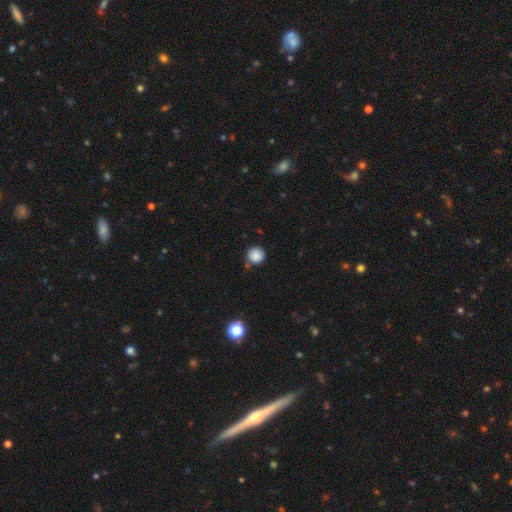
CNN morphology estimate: Smooth or featured: smooth — 86% (star or artifact — 10%)
How rounded: round — 94% (in between — 5%)
Merging: none — 76% (minor disturbance — 14%)